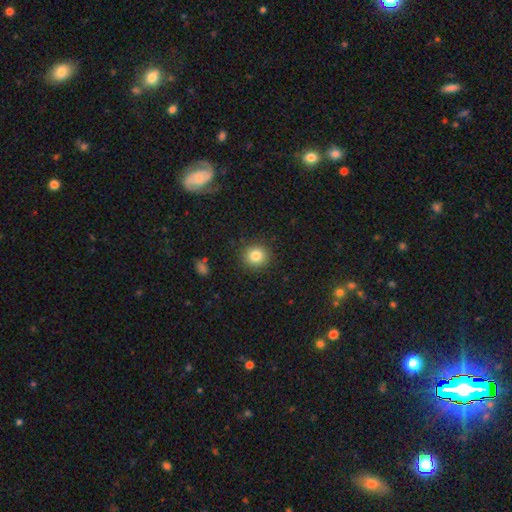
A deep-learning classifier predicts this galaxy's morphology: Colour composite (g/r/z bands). It shows a smooth galaxy with no disk features (82%) that is round (90%). Merging: none (90%).